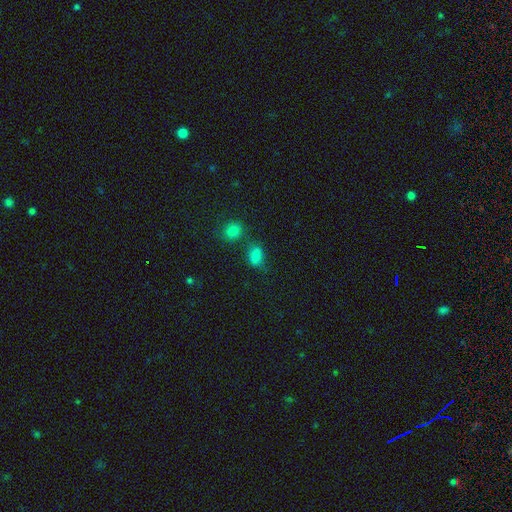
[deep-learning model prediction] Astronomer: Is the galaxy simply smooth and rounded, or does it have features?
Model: smooth — 78%.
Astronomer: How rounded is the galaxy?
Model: in between — 79%.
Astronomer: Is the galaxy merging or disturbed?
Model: none — 56%.